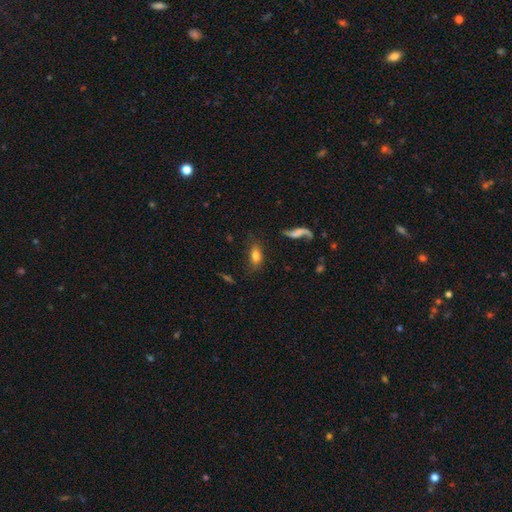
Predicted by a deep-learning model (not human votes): Smooth or featured?
  - smooth: 72% *
  - featured or disk: 19%
  - star or artifact: 9%
How rounded?
  - in between: 83% *
  - cigar-shaped: 10%
  - round: 7%
Merging?
  - none: 70% *
  - minor disturbance: 18%
  - major disturbance: 8%
  - merger: 4%